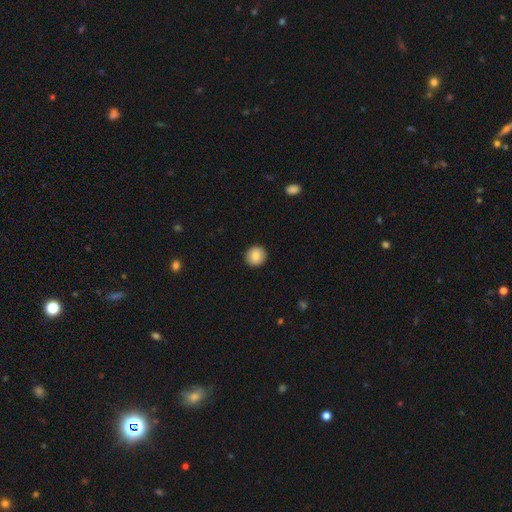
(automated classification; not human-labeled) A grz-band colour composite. It shows a smooth galaxy with no disk features (86%) that is round (90%). Merging: none (92%).